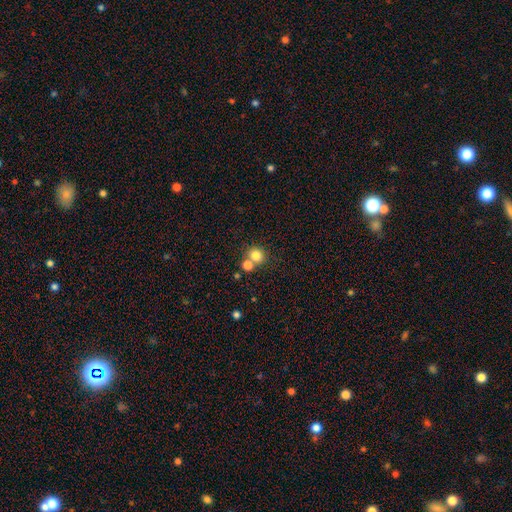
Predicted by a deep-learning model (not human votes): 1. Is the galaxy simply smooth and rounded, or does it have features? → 80% smooth, 12% star or artifact, 8% featured or disk.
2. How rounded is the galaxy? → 85% round, 14% in between, 1% cigar-shaped.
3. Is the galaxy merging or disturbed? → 57% none, 33% merger, 7% minor disturbance, 3% major disturbance.